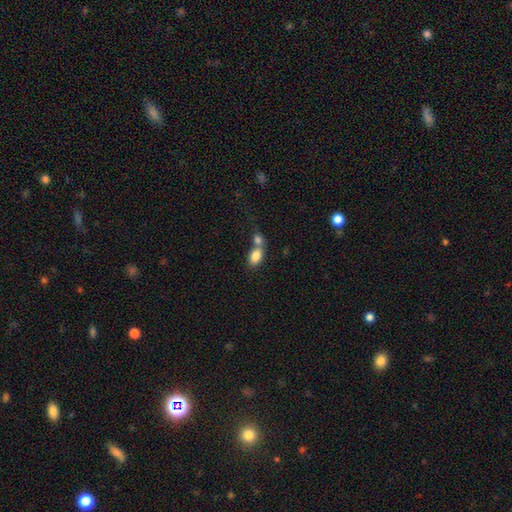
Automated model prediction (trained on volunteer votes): A smooth galaxy with no disk features (83%) that is in between round and cigar-shaped (82%).

Vote fractions:
- Smooth or featured? smooth: 83% / featured or disk: 9% / star or artifact: 8%
- How rounded? in between: 82% / round: 16% / cigar-shaped: 2%
- Merging? merger: 55% / none: 33% / minor disturbance: 8% / major disturbance: 4%